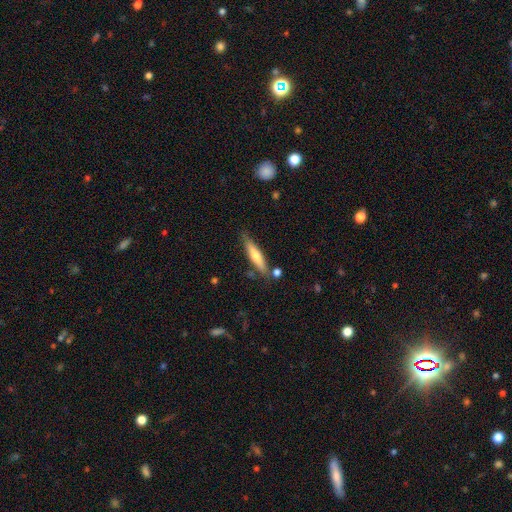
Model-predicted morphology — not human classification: Smooth or featured: smooth — 54% (featured or disk — 40%)
How rounded: cigar-shaped — 85% (in between — 13%)
Merging: none — 77% (minor disturbance — 15%)